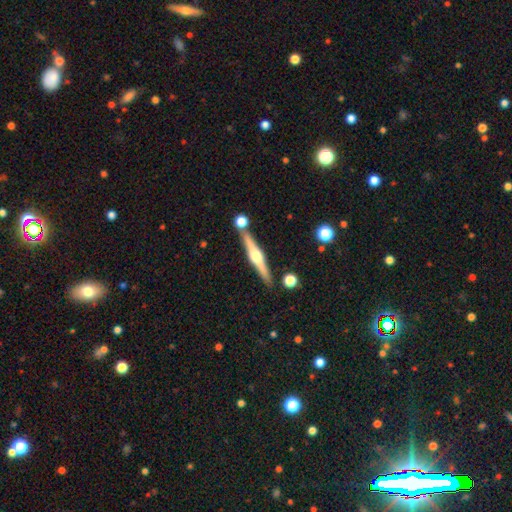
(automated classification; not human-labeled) Morphology: type=featured or disk (76%); edge-on=yes (98%); edge-on bulge=rounded (93%); merging=none (83%).